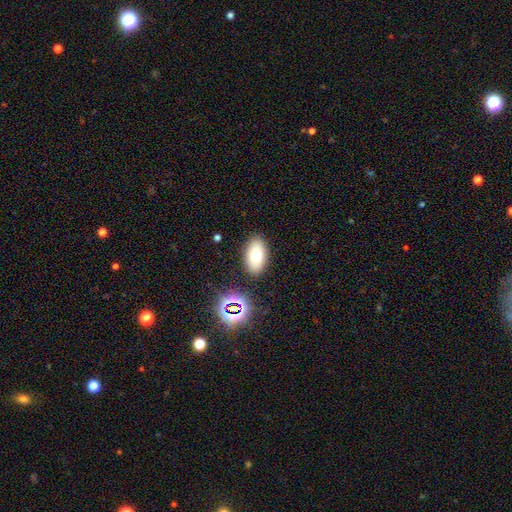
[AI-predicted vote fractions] Overall: smooth (78%). How rounded: in between (93%). Merging: none (86%).